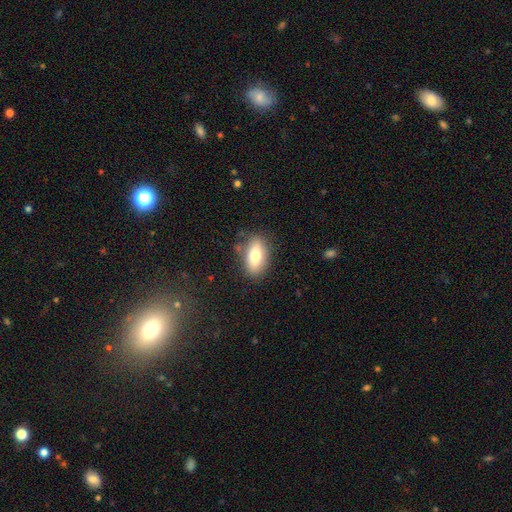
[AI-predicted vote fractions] Q: Smooth or featured?
A: smooth (75%); runner-up: featured or disk (18%)
Q: How rounded?
A: in between (87%); runner-up: cigar-shaped (8%)
Q: Merging?
A: none (81%); runner-up: minor disturbance (13%)